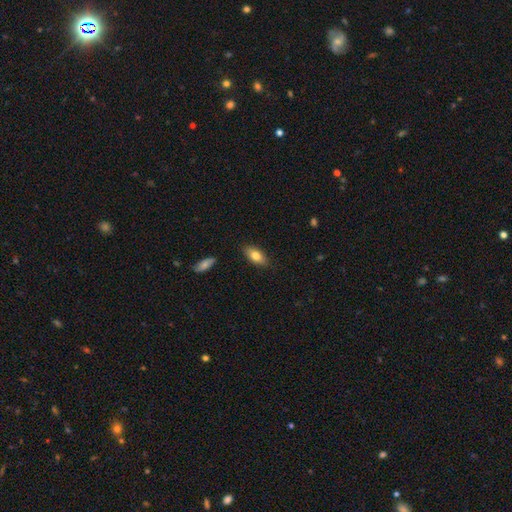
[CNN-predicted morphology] Smooth or featured: smooth — 78% (featured or disk — 16%)
How rounded: in between — 85% (cigar-shaped — 11%)
Merging: none — 86% (minor disturbance — 11%)